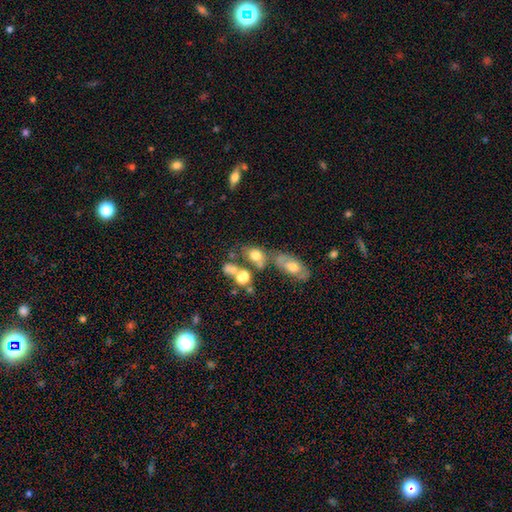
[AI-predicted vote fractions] Morphology: type=smooth (67%); roundness=in between (62%); merging=merger (39%).